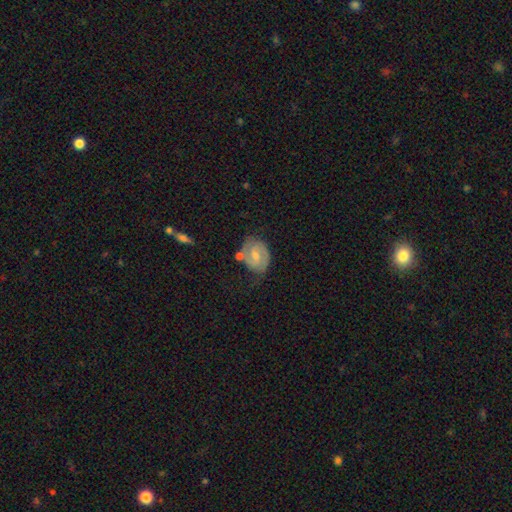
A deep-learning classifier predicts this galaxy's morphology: featured or disk 64%, smooth 29%, star or artifact 6%. Down the decision tree: edge-on disk — no (97%); bar — weak (56%); spiral arms — yes (86%); spiral arm count — 2 (75%); spiral winding — medium (43%); bulge size — moderate (49%); merging — none (52%).